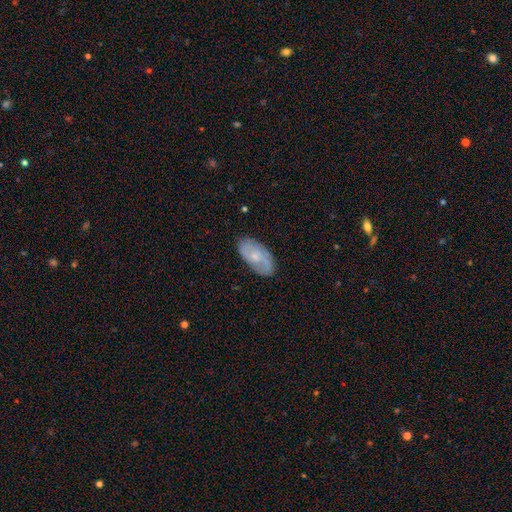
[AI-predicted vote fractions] A featured or disk galaxy (57%) with no bar (68%), spiral arms (84%) and a small central bulge (56%).

Vote fractions:
- Smooth or featured? featured or disk: 57% / smooth: 36% / star or artifact: 7%
- Edge-on disk? no: 94% / yes: 6%
- Bar? no: 68% / weak: 28% / strong: 4%
- Spiral arms? yes: 84% / no: 16%
- Bulge size? small: 56% / moderate: 31% / none: 10% / large: 2% / dominant: 1%
- Merging? none: 78% / minor disturbance: 17% / major disturbance: 4% / merger: 1%